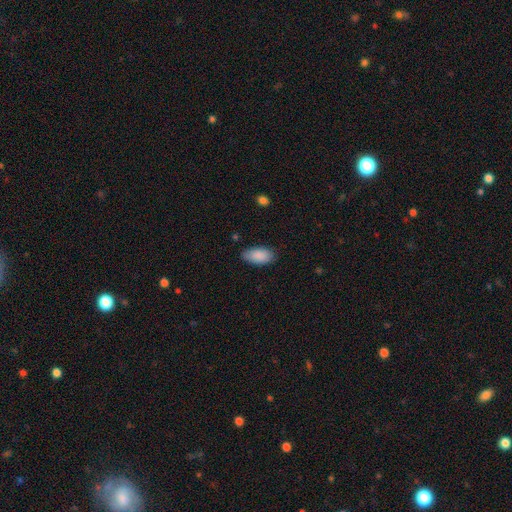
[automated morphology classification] smooth_or_featured: smooth (p=0.89) [alt: star or artifact p=0.06]
how_rounded: in between (p=0.94) [alt: cigar-shaped p=0.04]
merging: none (p=0.80) [alt: minor disturbance p=0.16]